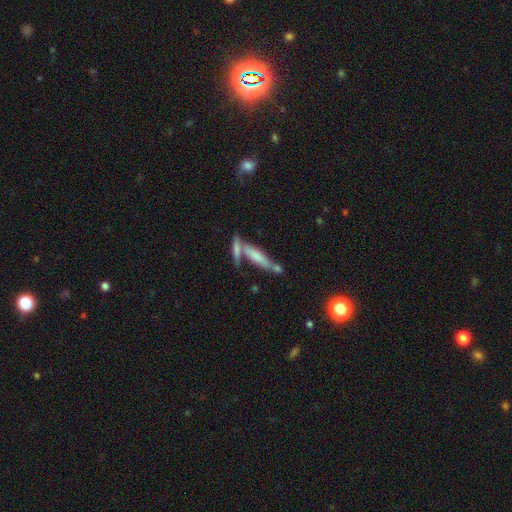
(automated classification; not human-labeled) Morphology: type=smooth (63%); roundness=cigar-shaped (76%); merging=none (49%).